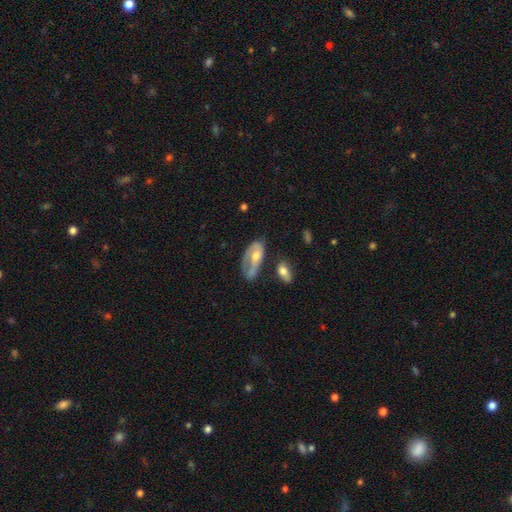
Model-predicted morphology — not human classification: type=featured or disk (55%); edge-on=no (90%); merging=none (34%).